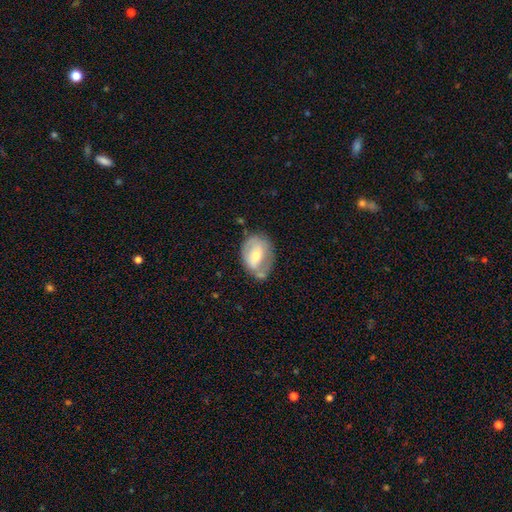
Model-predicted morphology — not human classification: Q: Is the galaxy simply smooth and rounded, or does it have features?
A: featured or disk — 50%.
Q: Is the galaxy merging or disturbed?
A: none — 51%.